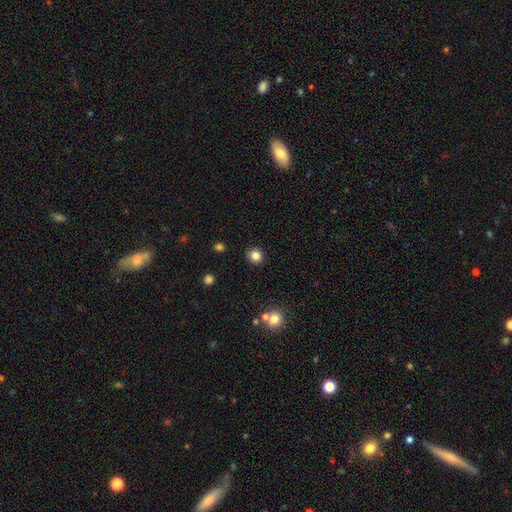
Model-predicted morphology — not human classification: type=smooth (84%); roundness=round (91%); merging=none (90%).